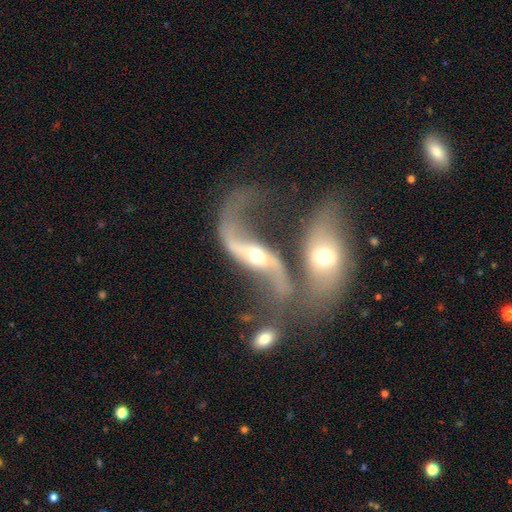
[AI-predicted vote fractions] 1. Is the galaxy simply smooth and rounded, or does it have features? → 83% featured or disk, 10% smooth, 7% star or artifact.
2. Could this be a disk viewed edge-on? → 92% no, 8% yes.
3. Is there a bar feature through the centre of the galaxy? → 44% no, 30% weak, 26% strong.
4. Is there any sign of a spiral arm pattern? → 89% yes, 11% no.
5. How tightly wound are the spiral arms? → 89% loose, 8% medium, 3% tight.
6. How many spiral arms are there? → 83% 2, 11% 1, 4% can't tell, 1% 3, 1% 4, 1% more than 4.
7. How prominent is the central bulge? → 50% moderate, 41% small, 4% large, 3% none, 2% dominant.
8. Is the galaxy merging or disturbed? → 64% merger, 16% none, 13% major disturbance, 7% minor disturbance.